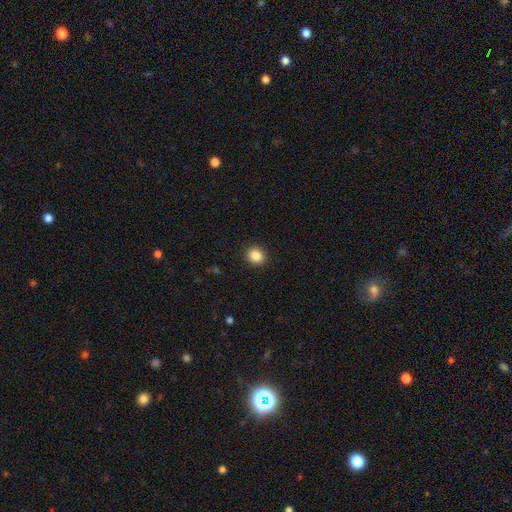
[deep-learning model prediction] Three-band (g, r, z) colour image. It shows a smooth galaxy with no disk features (87%) that is round (76%). Merging: none (91%).